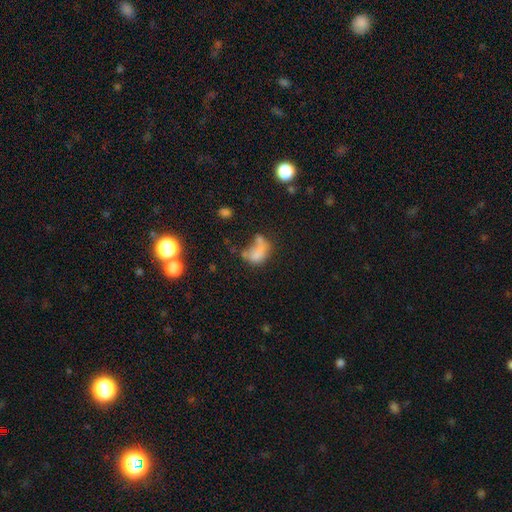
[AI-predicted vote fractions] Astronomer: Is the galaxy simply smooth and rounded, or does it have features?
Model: smooth — 60%.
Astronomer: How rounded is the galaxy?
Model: in between — 80%.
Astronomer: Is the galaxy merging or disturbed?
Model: major disturbance — 32% (runner-up: none, 25%).